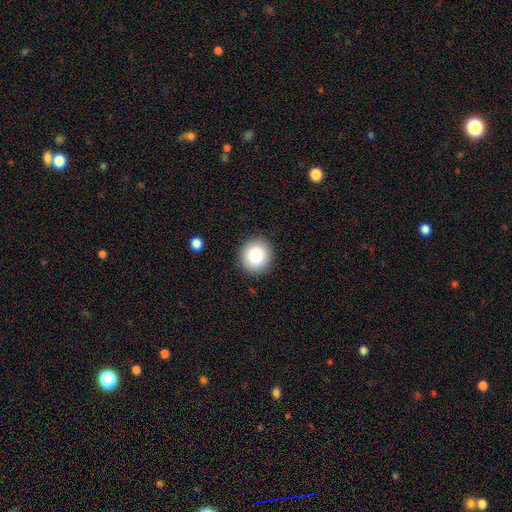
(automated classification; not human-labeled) This appears to be a smooth galaxy with no disk features (84%) that is round (90%). Merging: none (91%).